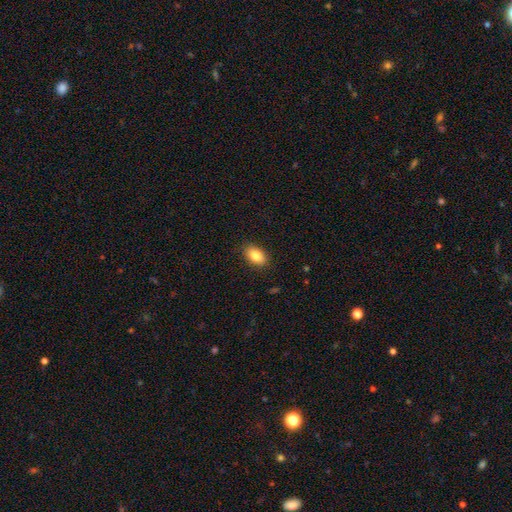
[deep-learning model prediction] smooth_or_featured: smooth (p=0.85) [alt: star or artifact p=0.07]
how_rounded: in between (p=0.90) [alt: round p=0.08]
merging: none (p=0.87) [alt: minor disturbance p=0.09]